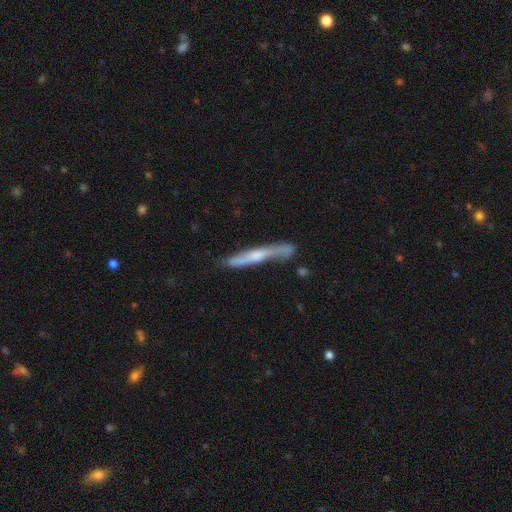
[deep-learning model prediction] Overall: featured or disk (62%; smooth 32%). Edge-on disk: yes (85%). Edge-on bulge: rounded (60%; none 28%). Merging: none (66%).